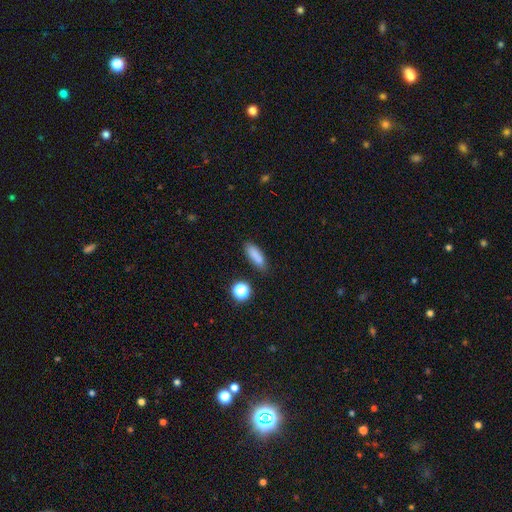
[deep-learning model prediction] The model was most divided on "how rounded": in between: 52%, cigar-shaped: 44%, round: 4%. More confident: smooth or featured — smooth (83%); merging — none (81%).